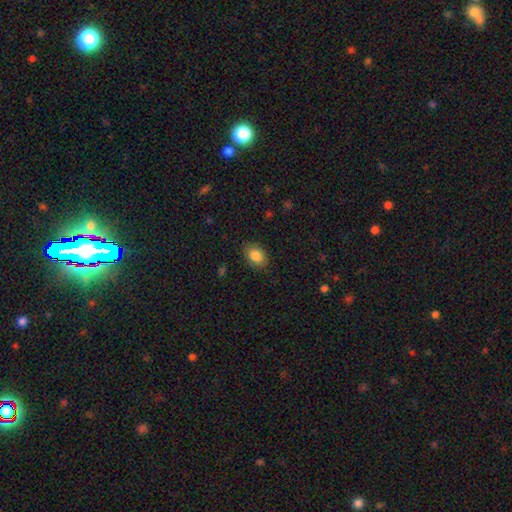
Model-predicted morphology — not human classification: This appears to be a smooth galaxy with no disk features (85%) that is in between round and cigar-shaped (79%). Merging: none (85%).